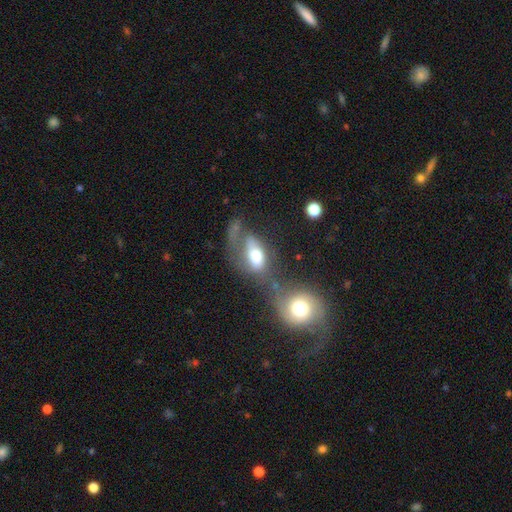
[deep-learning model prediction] A smooth galaxy with no disk features (49%).

Vote fractions:
- Smooth or featured? smooth: 49% / featured or disk: 41% / star or artifact: 10%
- Merging? merger: 48% / major disturbance: 25% / none: 16% / minor disturbance: 11%